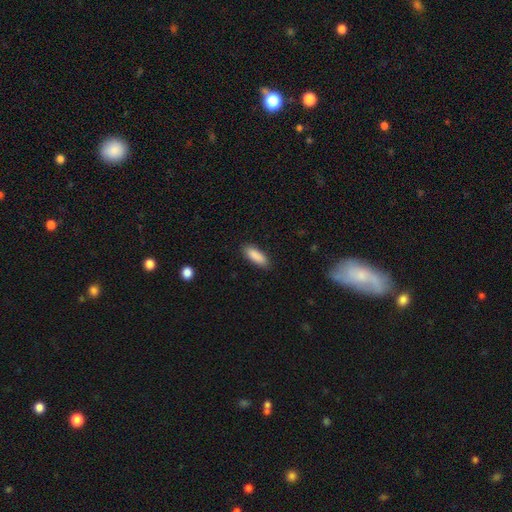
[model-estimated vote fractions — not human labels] Smooth or featured? smooth (89%)
How rounded? in between (64%)
Merging? none (88%)